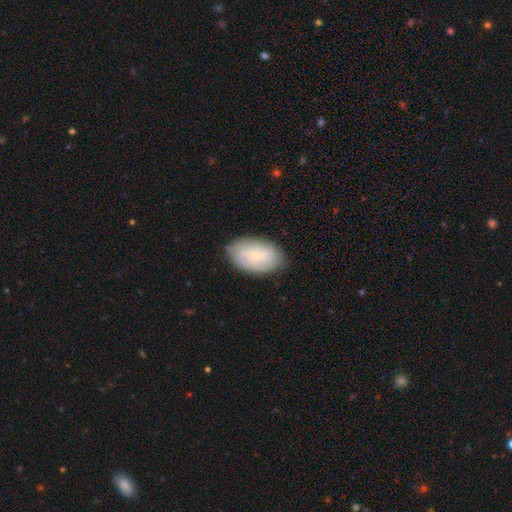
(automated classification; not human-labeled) A featured or disk galaxy (51%). Merging: none (81%).